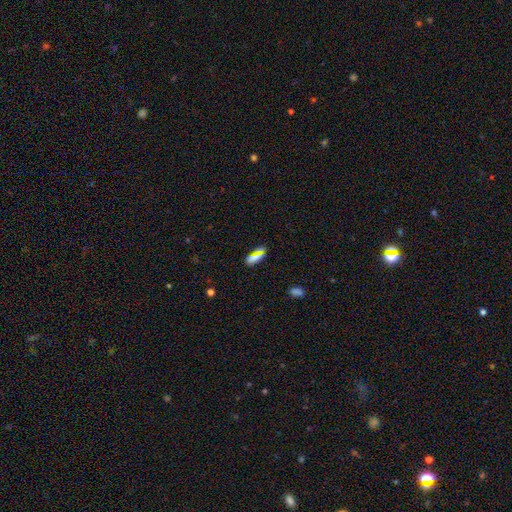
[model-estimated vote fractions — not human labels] Smooth or featured?
  - smooth: 64% *
  - star or artifact: 23%
  - featured or disk: 13%
How rounded?
  - in between: 66% *
  - cigar-shaped: 26%
  - round: 8%
Merging?
  - none: 69% *
  - minor disturbance: 14%
  - merger: 10%
  - major disturbance: 6%